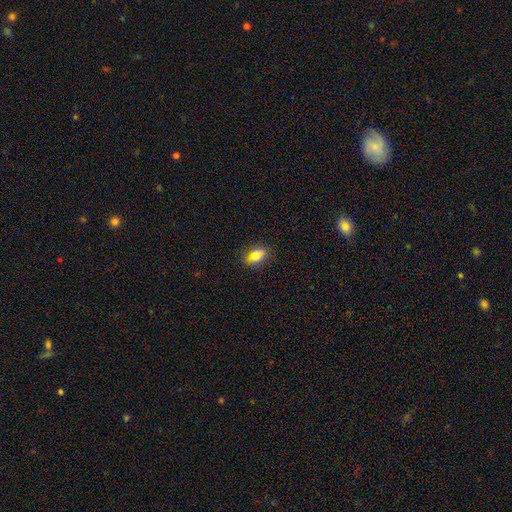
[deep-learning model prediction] smooth-or-featured: smooth: 80% | star or artifact: 11% | featured or disk: 9%
  how-rounded: in between: 75% | round: 23% | cigar-shaped: 3%
  merging: none: 76% | minor disturbance: 18% | major disturbance: 4% | merger: 2%